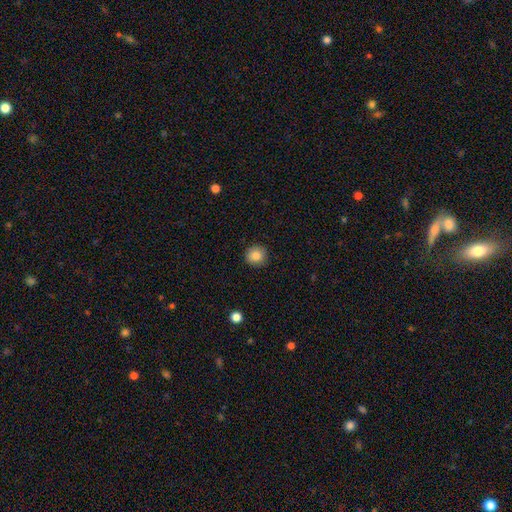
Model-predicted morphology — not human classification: Q: Smooth or featured?
A: smooth (86%); runner-up: star or artifact (9%)
Q: How rounded?
A: round (92%); runner-up: in between (7%)
Q: Merging?
A: none (91%); runner-up: minor disturbance (6%)